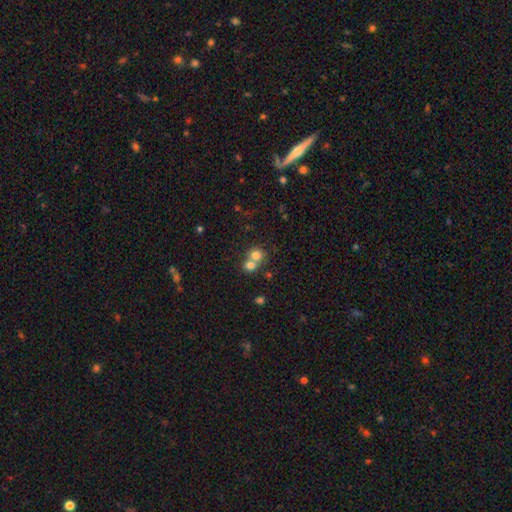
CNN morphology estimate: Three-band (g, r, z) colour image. It shows a smooth galaxy with no disk features (75%) that is round (80%). Merging: merger (58%).